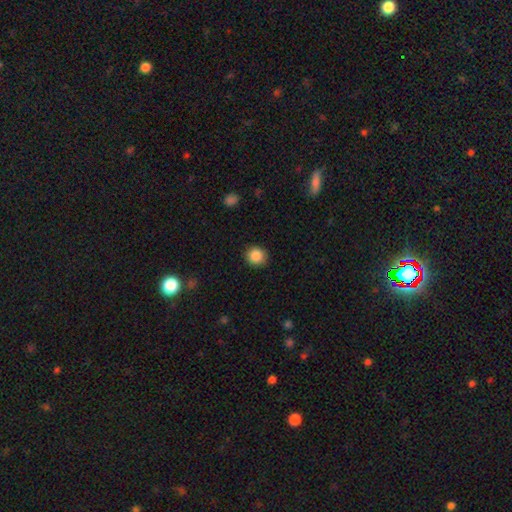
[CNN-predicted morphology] Smooth or featured? Predicted: smooth (p=0.87). How rounded? Predicted: round (p=0.89). Merging? Predicted: none (p=0.89).